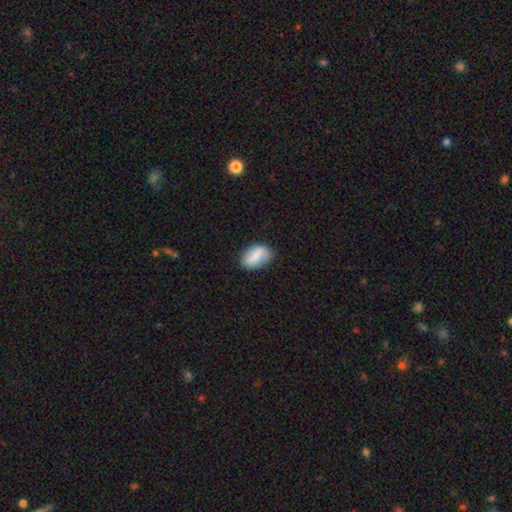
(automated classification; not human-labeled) Morphology: type=smooth (68%); roundness=in between (88%); merging=none (76%).